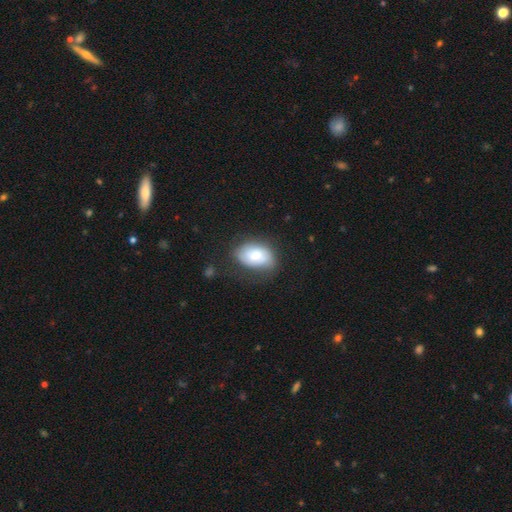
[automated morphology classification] A smooth galaxy with no disk features (75%) that is in between round and cigar-shaped (87%).

Vote fractions:
- Smooth or featured? smooth: 75% / featured or disk: 19% / star or artifact: 7%
- How rounded? in between: 87% / round: 12% / cigar-shaped: 1%
- Merging? none: 61% / minor disturbance: 27% / major disturbance: 10% / merger: 2%